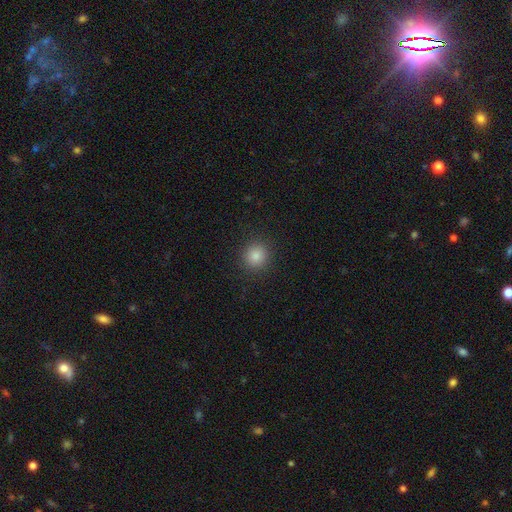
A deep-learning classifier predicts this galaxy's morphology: Smooth or featured? smooth (83%)
How rounded? round (92%)
Merging? none (92%)